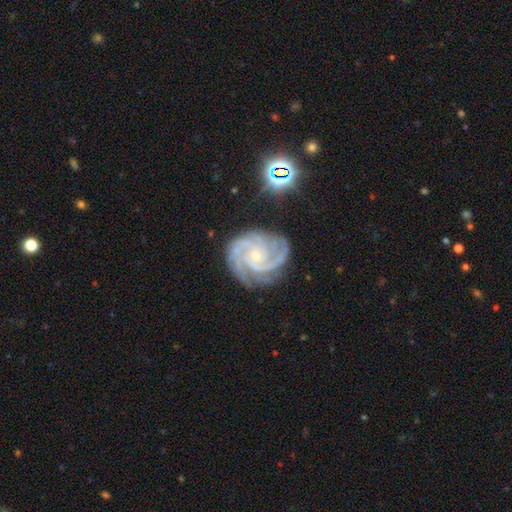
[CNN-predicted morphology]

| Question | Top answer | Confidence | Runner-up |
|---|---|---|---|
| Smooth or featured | featured or disk | 92% | star or artifact (5%) |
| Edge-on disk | no | 98% | yes (2%) |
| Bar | no | 72% | weak (21%) |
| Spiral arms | yes | 99% | no (1%) |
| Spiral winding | tight | 68% | medium (29%) |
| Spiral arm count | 3 | 47% | 4 (18%) |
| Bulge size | small | 82% | moderate (15%) |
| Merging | none | 77% | minor disturbance (17%) |